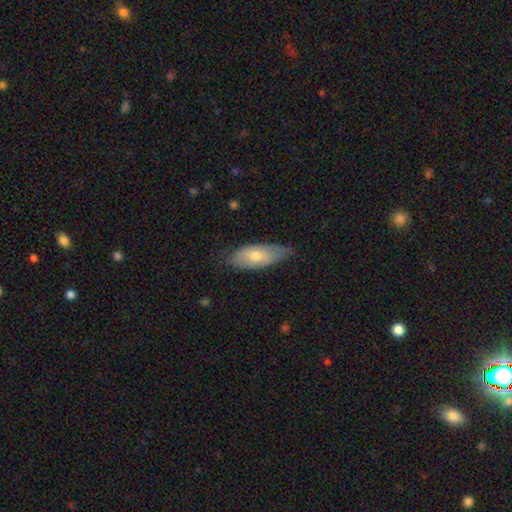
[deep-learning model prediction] Smooth or featured: smooth — 63% (featured or disk — 31%)
How rounded: in between — 82% (cigar-shaped — 16%)
Merging: none — 63% (minor disturbance — 30%)